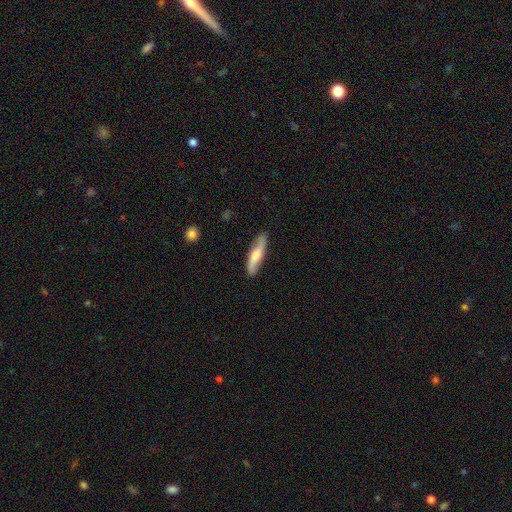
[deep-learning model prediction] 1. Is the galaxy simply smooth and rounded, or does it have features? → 51% smooth, 44% featured or disk, 6% star or artifact.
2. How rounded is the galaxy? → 74% cigar-shaped, 24% in between, 2% round.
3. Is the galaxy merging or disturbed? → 82% none, 14% minor disturbance, 3% major disturbance, 2% merger.